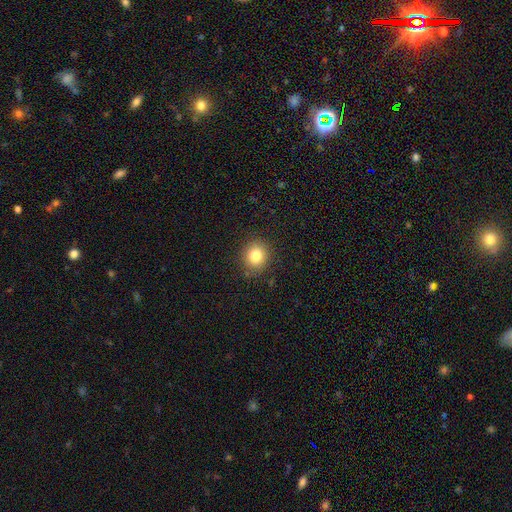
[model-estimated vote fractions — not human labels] Smooth or featured? Predicted: smooth (p=0.81). How rounded? Predicted: round (p=0.78). Merging? Predicted: none (p=0.88).